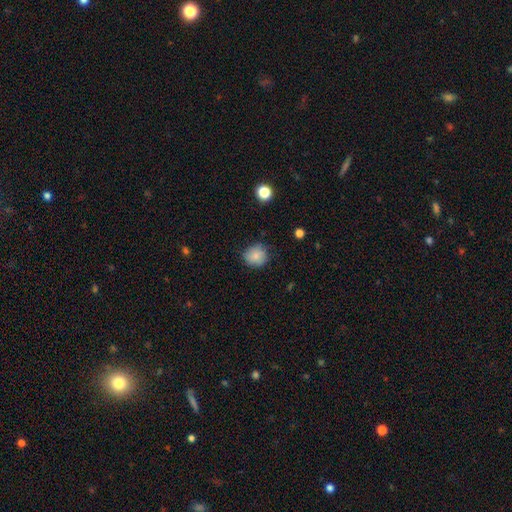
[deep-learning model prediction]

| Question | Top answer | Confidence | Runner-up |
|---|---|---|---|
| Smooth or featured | smooth | 83% | star or artifact (9%) |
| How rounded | round | 84% | in between (15%) |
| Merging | none | 75% | minor disturbance (20%) |